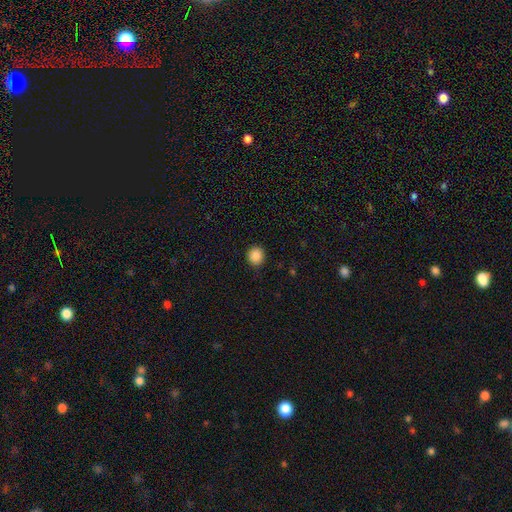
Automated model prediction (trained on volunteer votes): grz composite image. It shows a smooth galaxy with no disk features (88%) that is round (86%). Merging: none (89%).